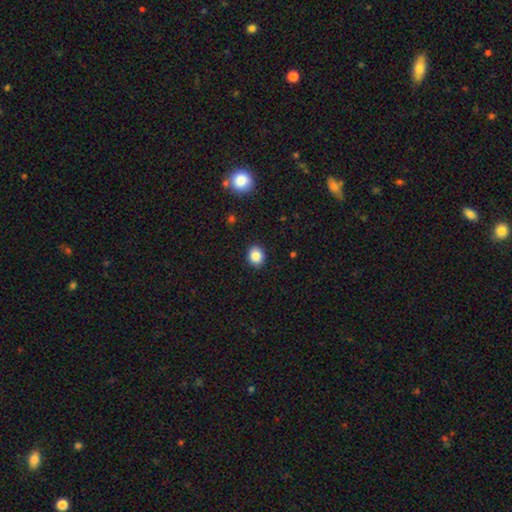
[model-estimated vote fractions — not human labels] A smooth galaxy with no disk features (86%) that is round (66%). Merging: none (91%).